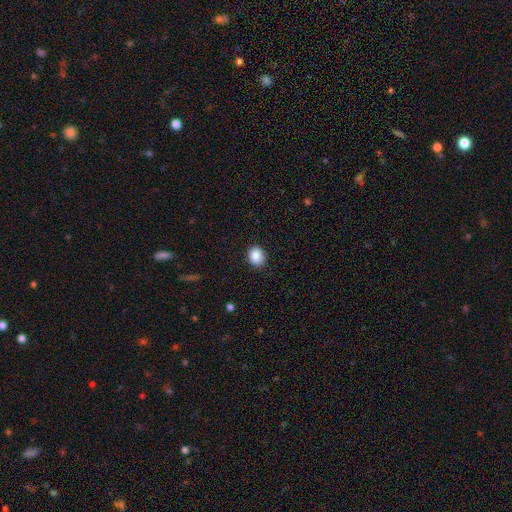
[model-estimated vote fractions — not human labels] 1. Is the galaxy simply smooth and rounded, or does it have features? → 88% smooth, 9% star or artifact, 3% featured or disk.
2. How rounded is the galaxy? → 61% round, 38% in between, 1% cigar-shaped.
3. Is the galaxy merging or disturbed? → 86% none, 11% minor disturbance, 2% major disturbance, 1% merger.